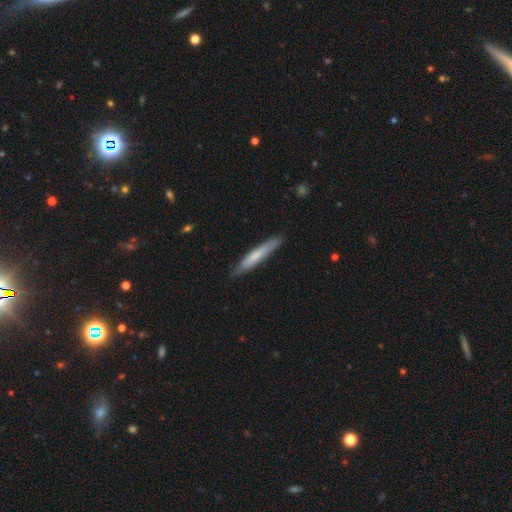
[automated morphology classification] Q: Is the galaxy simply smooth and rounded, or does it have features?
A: smooth — 65%.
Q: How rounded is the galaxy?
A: cigar-shaped — 95%.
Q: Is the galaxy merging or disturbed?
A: none — 88%.